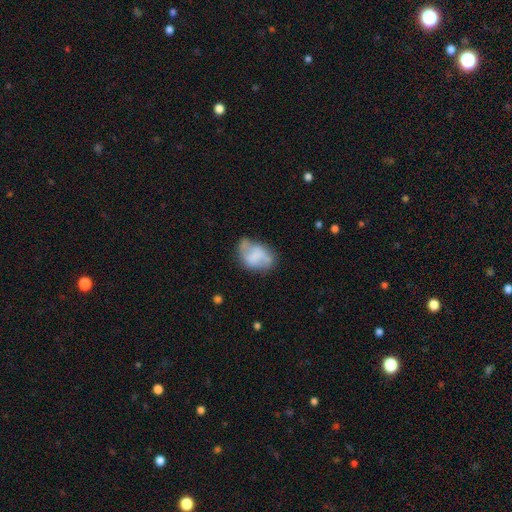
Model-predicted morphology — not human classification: Q: Smooth or featured?
A: smooth (49%); runner-up: featured or disk (42%)
Q: Merging?
A: none (43%); runner-up: minor disturbance (29%)